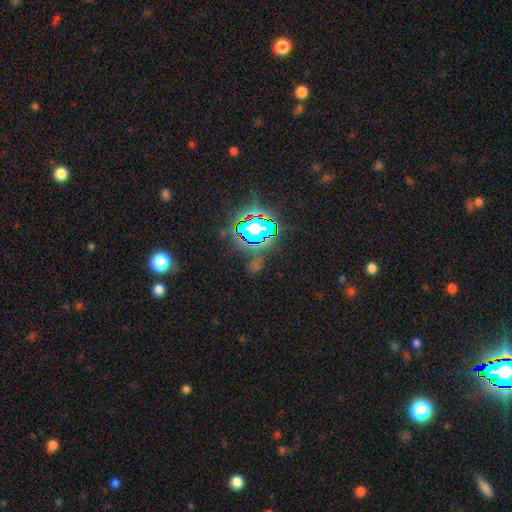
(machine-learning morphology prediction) Smooth or featured: star or artifact — 80% (smooth — 13%)